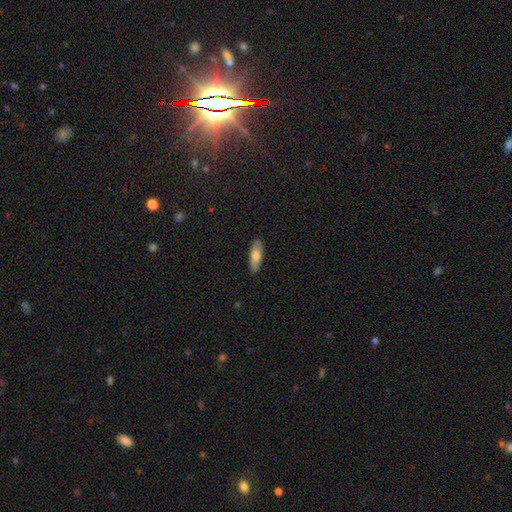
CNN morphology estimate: type=smooth (75%); roundness=in between (55%); merging=none (88%).